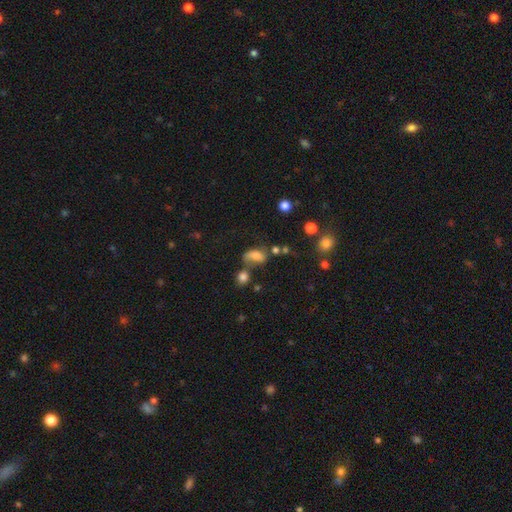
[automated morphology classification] This is likely a smooth galaxy (61%). How rounded: clearly in between (82%). Merging: marginally none (37%).